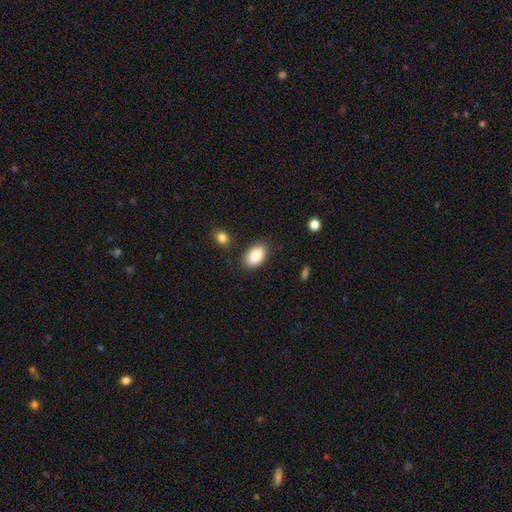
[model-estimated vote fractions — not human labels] smooth_or_featured: smooth (p=0.88) [alt: star or artifact p=0.07]
how_rounded: in between (p=0.91) [alt: round p=0.08]
merging: none (p=0.85) [alt: minor disturbance p=0.10]